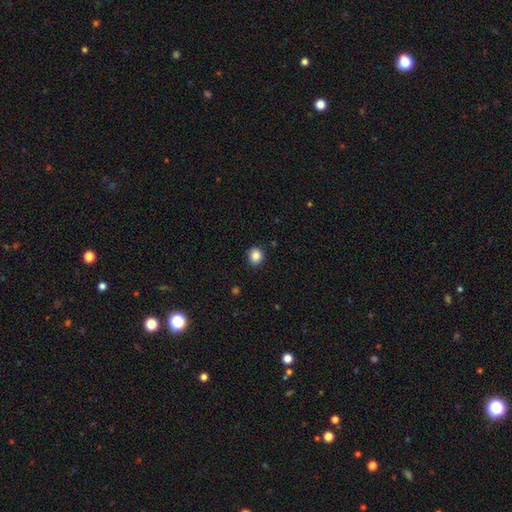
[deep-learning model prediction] A smooth galaxy with no disk features (87%) that is round (77%).

Vote fractions:
- Smooth or featured? smooth: 87% / star or artifact: 10% / featured or disk: 3%
- How rounded? round: 77% / in between: 22% / cigar-shaped: 1%
- Merging? none: 88% / minor disturbance: 8% / major disturbance: 2% / merger: 1%